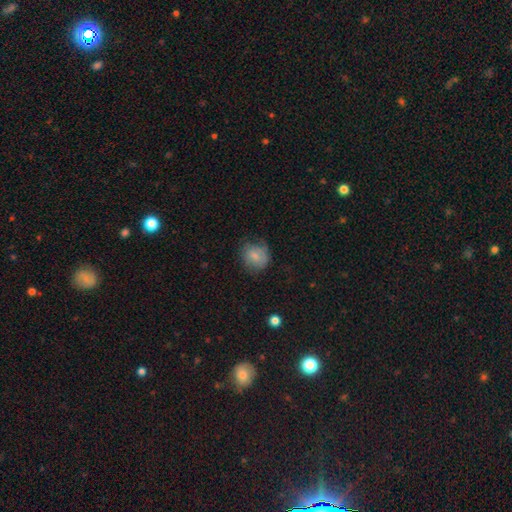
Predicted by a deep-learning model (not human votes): Overall: smooth (73%). How rounded: round (67%; in between 32%). Merging: none (58%; minor disturbance 28%).